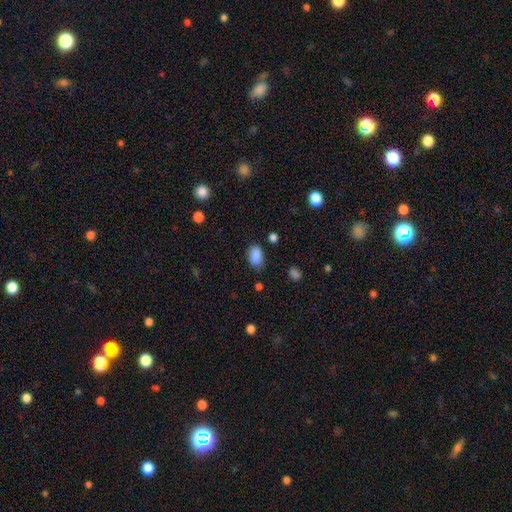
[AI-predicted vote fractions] Overall: smooth (87%). How rounded: in between (89%). Merging: none (74%).